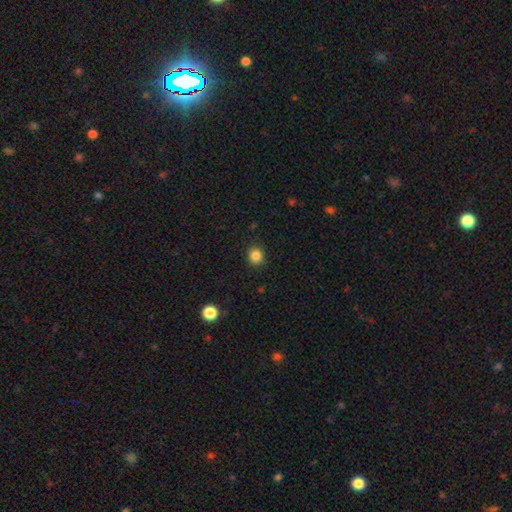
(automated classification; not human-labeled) Smooth or featured?
  - smooth: 85% *
  - star or artifact: 11%
  - featured or disk: 4%
How rounded?
  - round: 89% *
  - in between: 10%
  - cigar-shaped: 1%
Merging?
  - none: 90% *
  - minor disturbance: 7%
  - major disturbance: 2%
  - merger: 1%